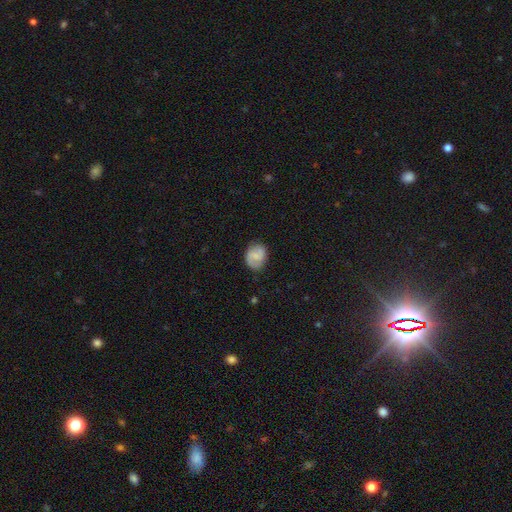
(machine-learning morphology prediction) This appears to be a smooth galaxy with no disk features (47%). Merging: none (79%).